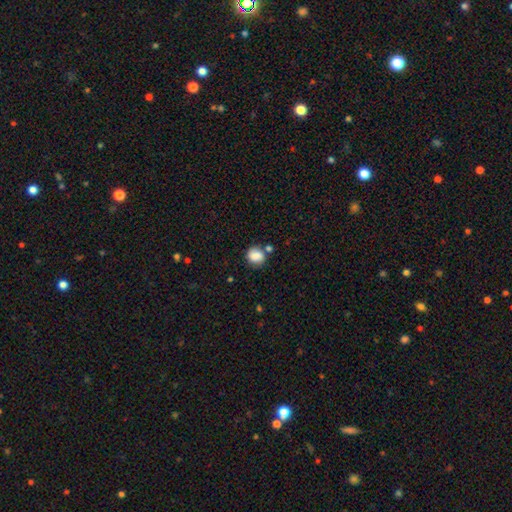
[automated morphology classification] smooth_or_featured: smooth (p=0.83) [alt: star or artifact p=0.09]
how_rounded: round (p=0.74) [alt: in between p=0.25]
merging: none (p=0.64) [alt: minor disturbance p=0.17]